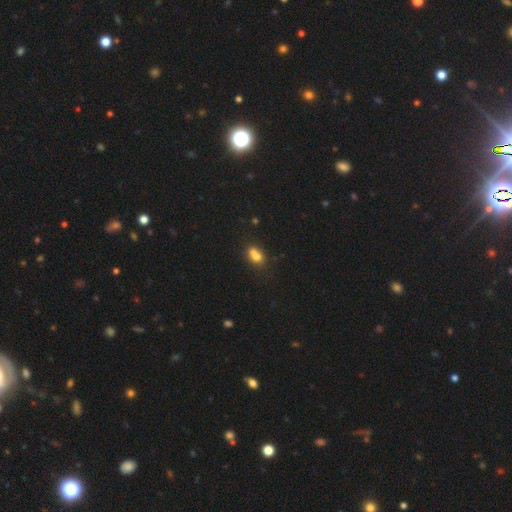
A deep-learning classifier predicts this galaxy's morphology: smooth-or-featured: smooth: 73% | featured or disk: 15% | star or artifact: 12%
  how-rounded: in between: 65% | round: 31% | cigar-shaped: 4%
  merging: merger: 41% | none: 37% | minor disturbance: 16% | major disturbance: 6%